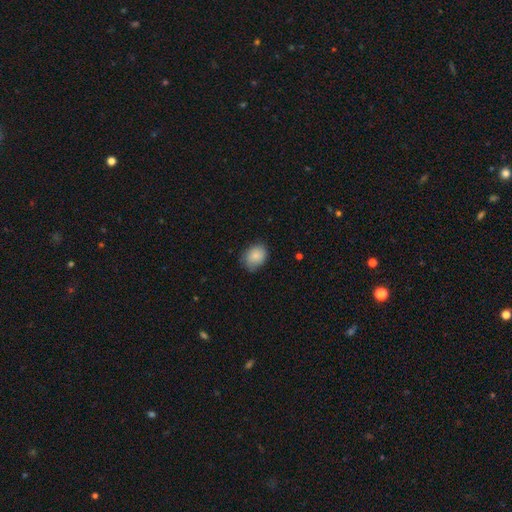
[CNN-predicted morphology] Smooth or featured?
  - smooth: 86% *
  - star or artifact: 7%
  - featured or disk: 7%
How rounded?
  - in between: 52% *
  - round: 47%
  - cigar-shaped: 1%
Merging?
  - none: 73% *
  - minor disturbance: 22%
  - major disturbance: 4%
  - merger: 1%